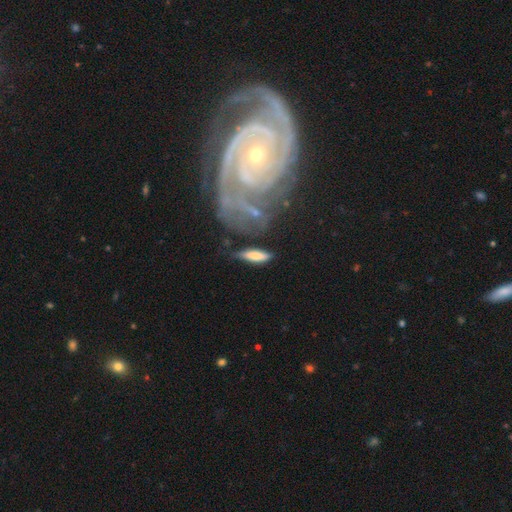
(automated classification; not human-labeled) This is likely a smooth galaxy (70%). How rounded: possibly cigar-shaped (60%). Merging: likely none (68%).